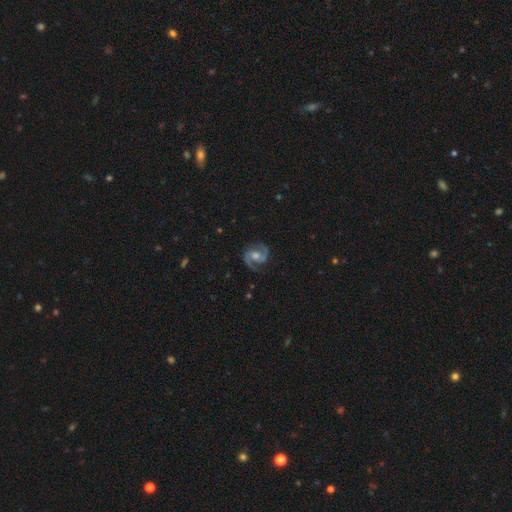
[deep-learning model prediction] smooth_or_featured: featured or disk (p=0.90) [alt: star or artifact p=0.05]
disk_edge_on: no (p=0.98) [alt: yes p=0.02]
bar: weak (p=0.44) [alt: no p=0.40]
has_spiral_arms: yes (p=0.98) [alt: no p=0.02]
spiral_winding: medium (p=0.60) [alt: tight p=0.25]
spiral_arm_count: 2 (p=0.93) [alt: can't tell p=0.02]
bulge_size: moderate (p=0.65) [alt: small p=0.25]
merging: none (p=0.83) [alt: minor disturbance p=0.11]